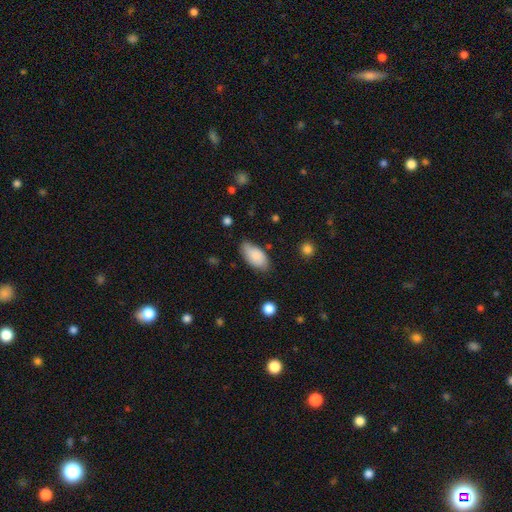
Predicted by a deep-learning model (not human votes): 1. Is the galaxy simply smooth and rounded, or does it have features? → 83% smooth, 10% featured or disk, 7% star or artifact.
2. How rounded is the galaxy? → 94% in between, 4% cigar-shaped, 3% round.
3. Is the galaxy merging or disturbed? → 72% none, 22% minor disturbance, 4% major disturbance, 2% merger.